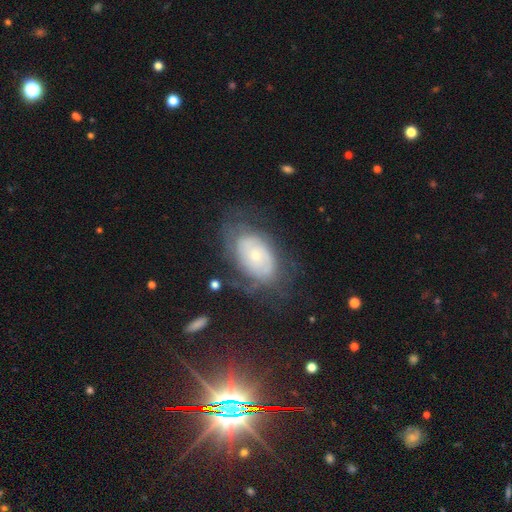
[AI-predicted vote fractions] This is likely a featured or disk galaxy (66%). It is clearly not viewed edge-on (95%). Bar: clearly no (80%). Spiral arm pattern: likely yes (76%). Central bulge: likely small (63%). Merging: possibly none (59%).